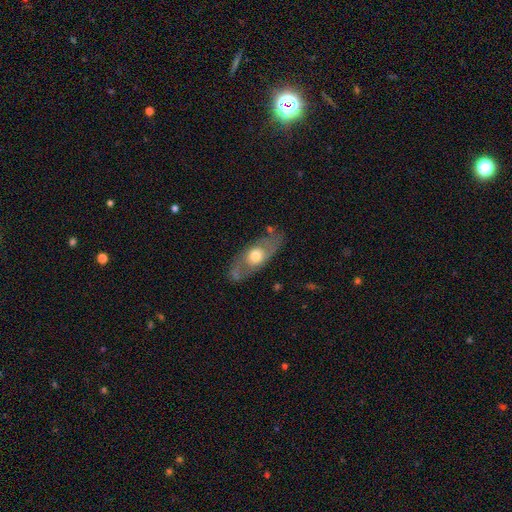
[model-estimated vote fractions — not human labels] Smooth or featured? featured or disk (54%)
Edge-on disk? no (77%)
Merging? none (73%)